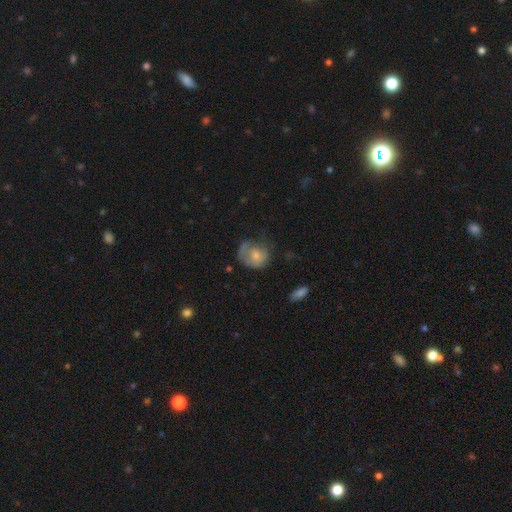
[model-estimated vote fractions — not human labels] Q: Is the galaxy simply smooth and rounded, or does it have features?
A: smooth — 53%.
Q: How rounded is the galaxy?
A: round — 64%.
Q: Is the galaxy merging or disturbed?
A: none — 38%.